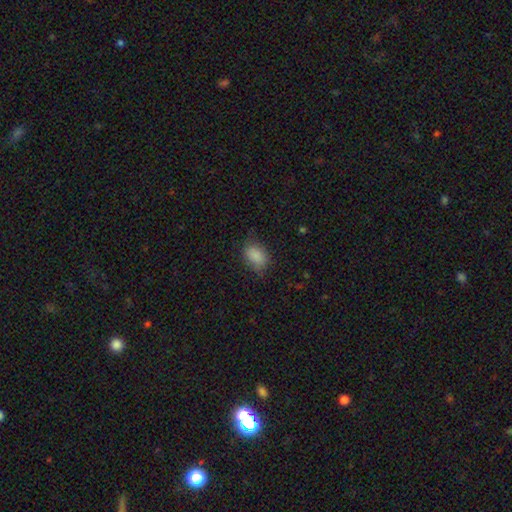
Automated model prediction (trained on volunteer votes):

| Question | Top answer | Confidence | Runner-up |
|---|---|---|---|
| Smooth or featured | smooth | 85% | star or artifact (8%) |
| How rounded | in between | 83% | round (16%) |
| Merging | none | 66% | minor disturbance (25%) |